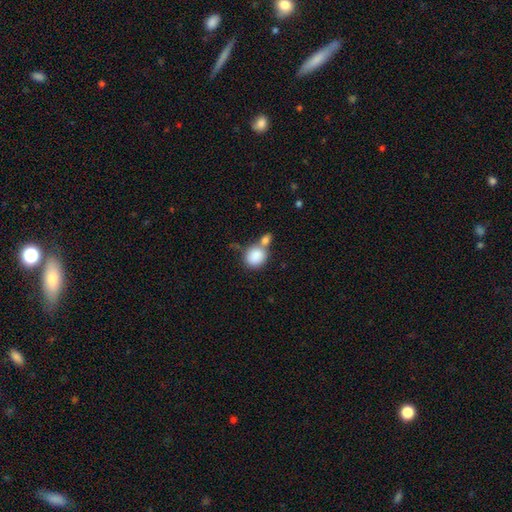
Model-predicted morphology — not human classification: Smooth or featured?
  - smooth: 86% *
  - star or artifact: 7%
  - featured or disk: 7%
How rounded?
  - round: 69% *
  - in between: 30%
  - cigar-shaped: 1%
Merging?
  - merger: 43% *
  - none: 40%
  - minor disturbance: 12%
  - major disturbance: 5%